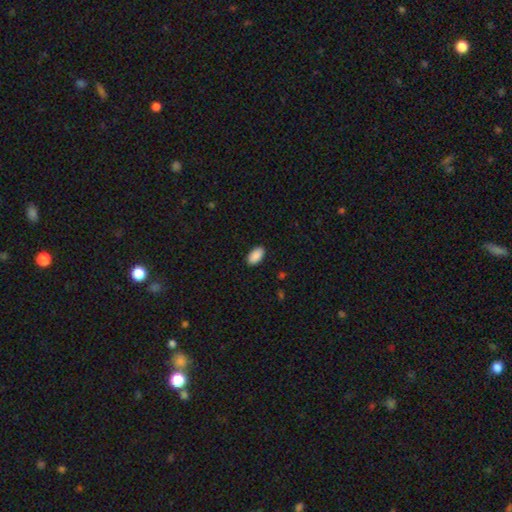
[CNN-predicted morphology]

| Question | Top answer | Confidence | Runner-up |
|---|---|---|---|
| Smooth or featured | smooth | 91% | star or artifact (7%) |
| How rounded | in between | 95% | round (3%) |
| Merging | none | 89% | minor disturbance (8%) |